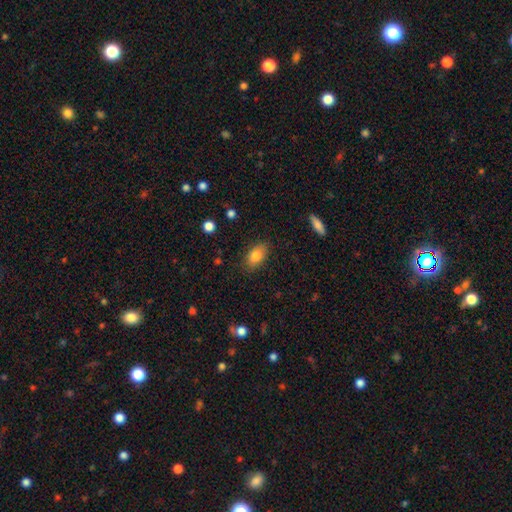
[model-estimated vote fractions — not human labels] Smooth or featured?
  - smooth: 83% *
  - featured or disk: 9%
  - star or artifact: 8%
How rounded?
  - in between: 89% *
  - round: 8%
  - cigar-shaped: 3%
Merging?
  - none: 84% *
  - minor disturbance: 12%
  - major disturbance: 3%
  - merger: 1%